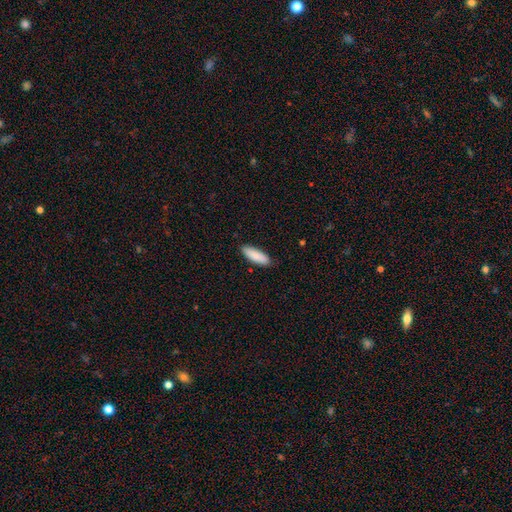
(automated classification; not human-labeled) Smooth or featured? Predicted: smooth (p=0.89). How rounded? Predicted: in between (p=0.57). Merging? Predicted: none (p=0.87).